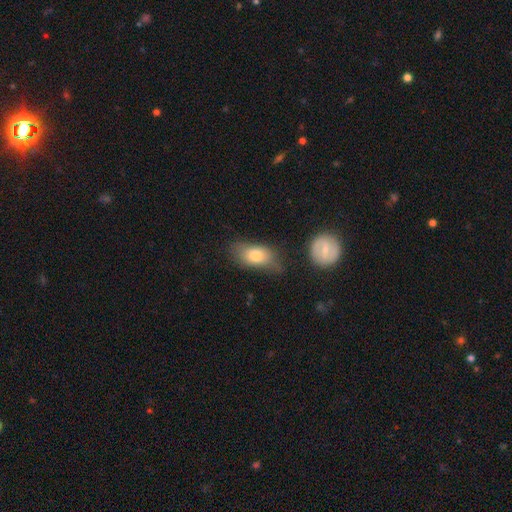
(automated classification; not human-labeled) A smooth galaxy with no disk features (74%) that is in between round and cigar-shaped (85%). Merging: none (57%).